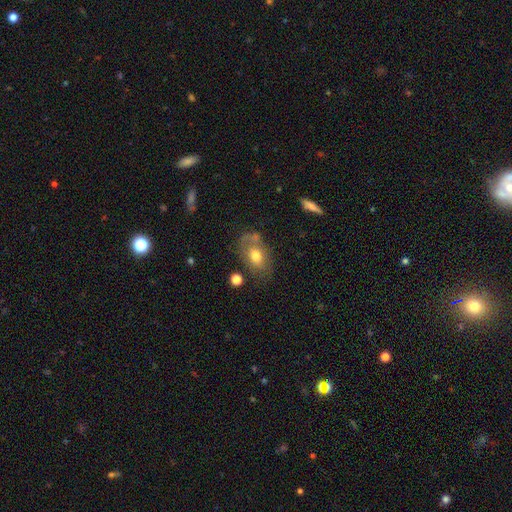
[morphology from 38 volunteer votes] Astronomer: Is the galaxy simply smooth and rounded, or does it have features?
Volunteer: smooth — 79%.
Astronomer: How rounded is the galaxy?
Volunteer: in between — 90%.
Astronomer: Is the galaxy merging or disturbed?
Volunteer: none — 60%.